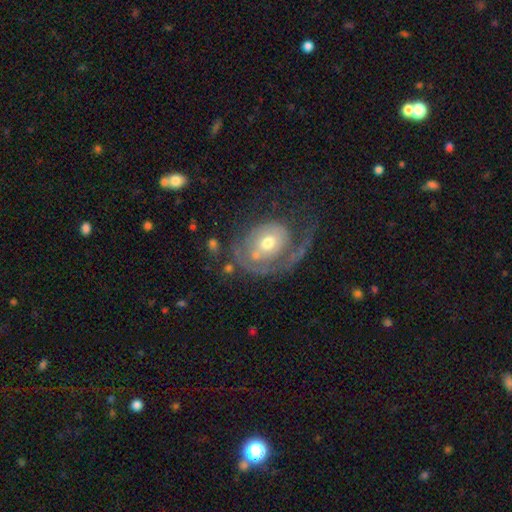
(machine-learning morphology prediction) The model was most divided on "merging": major disturbance: 39%, none: 36%, minor disturbance: 18%, merger: 7%. More confident: edge-on disk — no (96%); bar — no (76%); smooth or featured — featured or disk (69%); spiral arms — yes (68%); bulge size — moderate (66%).